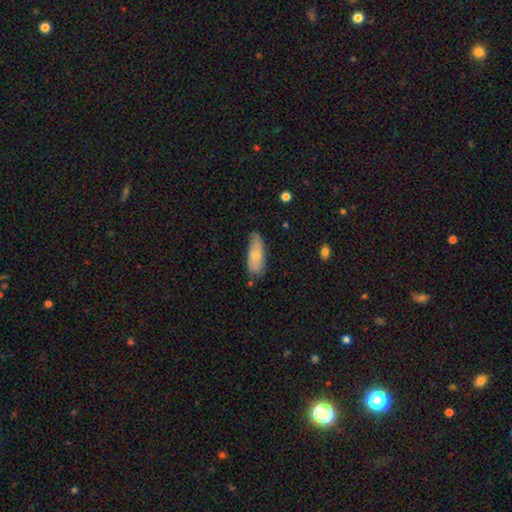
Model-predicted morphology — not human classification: The model was most divided on "merging": none: 58%, minor disturbance: 33%, major disturbance: 7%, merger: 3%. More confident: how rounded — in between (72%); smooth or featured — smooth (68%).